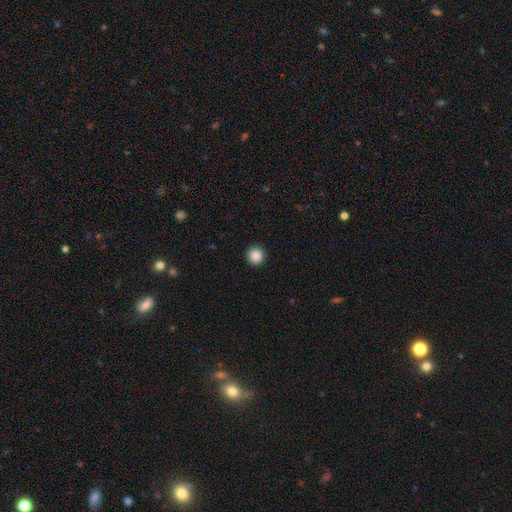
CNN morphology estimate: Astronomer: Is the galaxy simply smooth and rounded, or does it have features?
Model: smooth — 88%.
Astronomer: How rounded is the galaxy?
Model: round — 94%.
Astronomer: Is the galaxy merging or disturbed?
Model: none — 93%.